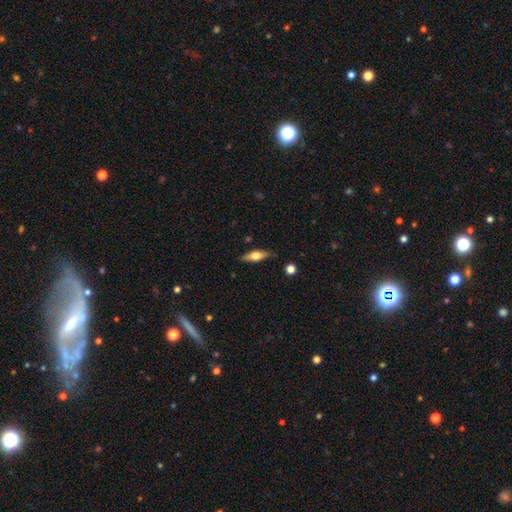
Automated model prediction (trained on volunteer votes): smooth-or-featured: smooth: 51% | featured or disk: 43% | star or artifact: 6%
  how-rounded: in between: 52% | cigar-shaped: 44% | round: 3%
  merging: none: 83% | minor disturbance: 12% | major disturbance: 3% | merger: 2%